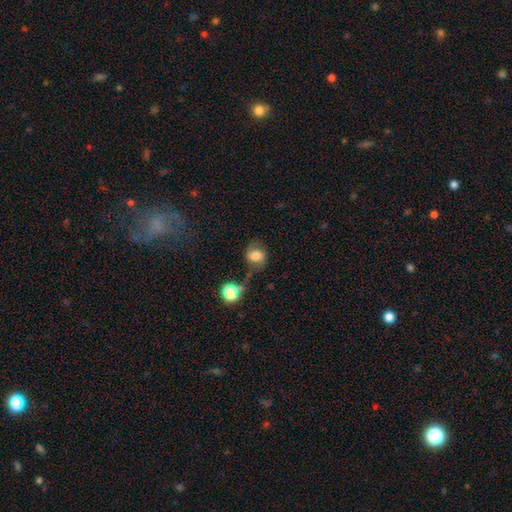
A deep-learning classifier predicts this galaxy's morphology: Overall: smooth (63%; featured or disk 25%). How rounded: round (58%; in between 41%). Merging: none (53%; minor disturbance 22%).